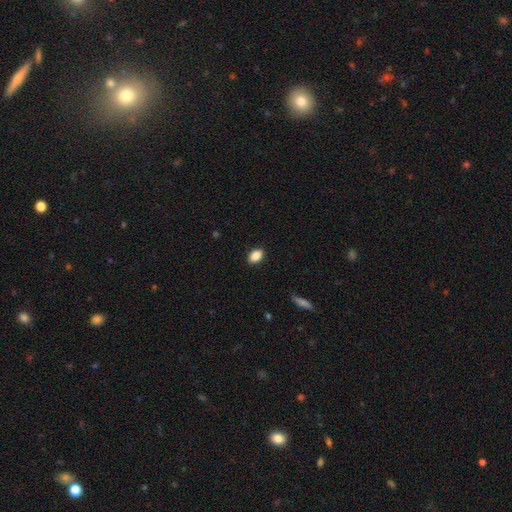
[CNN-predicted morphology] This is clearly a smooth galaxy (88%). How rounded: clearly in between (85%). Merging: clearly none (89%).